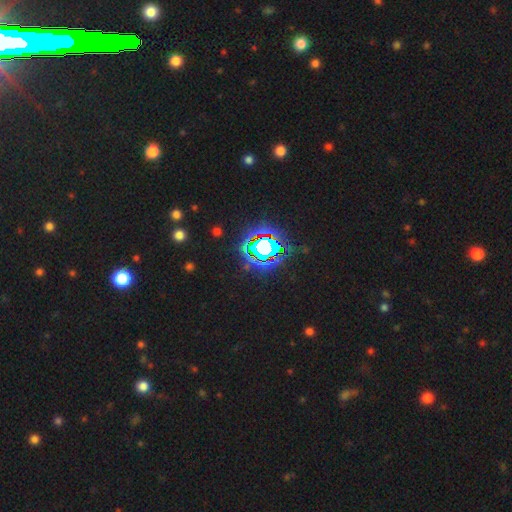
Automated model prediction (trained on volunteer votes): smooth-or-featured: star or artifact: 83% | smooth: 11% | featured or disk: 6%